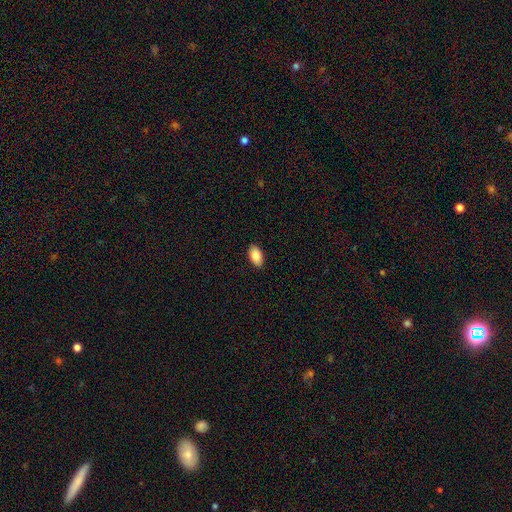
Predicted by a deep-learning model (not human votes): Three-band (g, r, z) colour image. It shows a smooth galaxy with no disk features (89%) that is in between round and cigar-shaped (95%). Merging: none (89%).